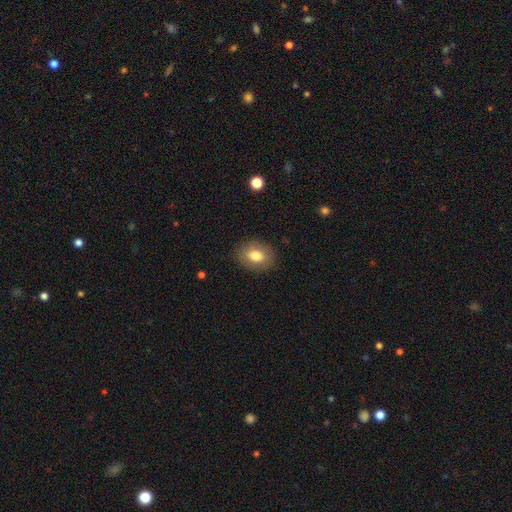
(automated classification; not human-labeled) Smooth or featured: smooth — 77% (featured or disk — 15%)
How rounded: in between — 63% (round — 36%)
Merging: none — 86% (minor disturbance — 10%)